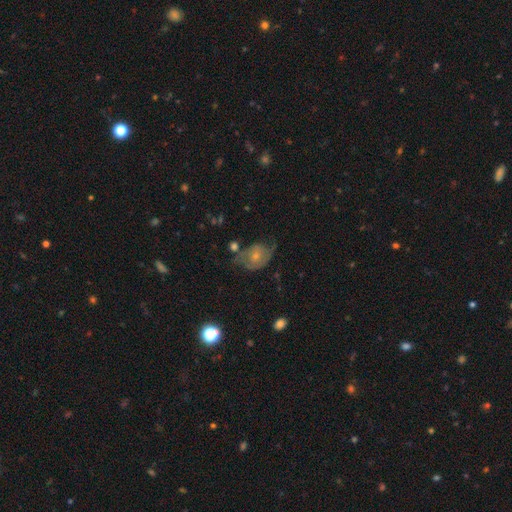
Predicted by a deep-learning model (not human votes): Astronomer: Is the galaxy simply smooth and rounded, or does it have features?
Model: featured or disk — 52% (runner-up: smooth, 39%).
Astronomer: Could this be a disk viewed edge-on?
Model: no — 96%.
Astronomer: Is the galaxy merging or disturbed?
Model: none — 41% (runner-up: minor disturbance, 30%).